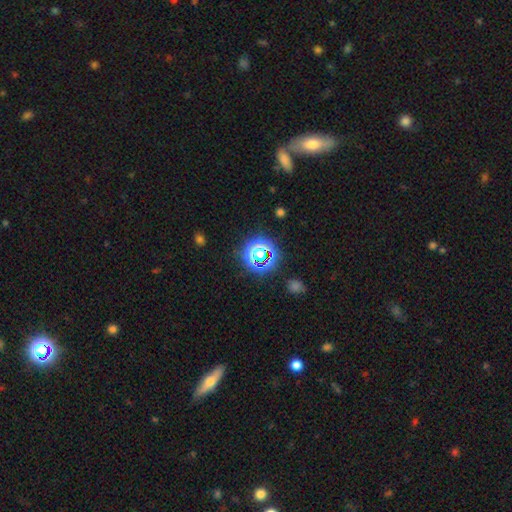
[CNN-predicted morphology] star or artifact 52%, smooth 33%, featured or disk 15%.